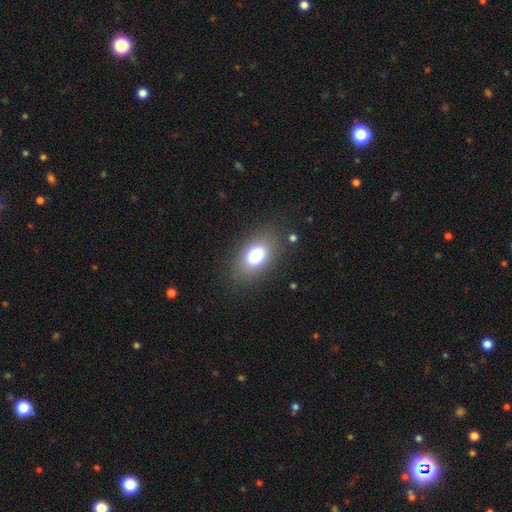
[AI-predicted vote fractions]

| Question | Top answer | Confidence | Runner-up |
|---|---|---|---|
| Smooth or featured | smooth | 80% | featured or disk (10%) |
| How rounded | in between | 86% | round (12%) |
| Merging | none | 81% | minor disturbance (12%) |